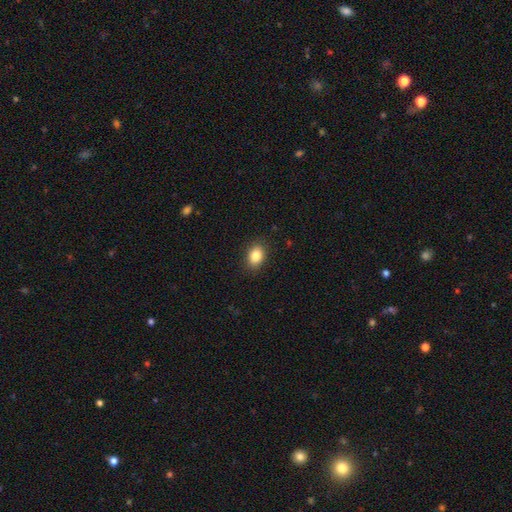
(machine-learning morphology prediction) This is clearly a smooth galaxy (85%). How rounded: likely in between (74%). Merging: clearly none (89%).